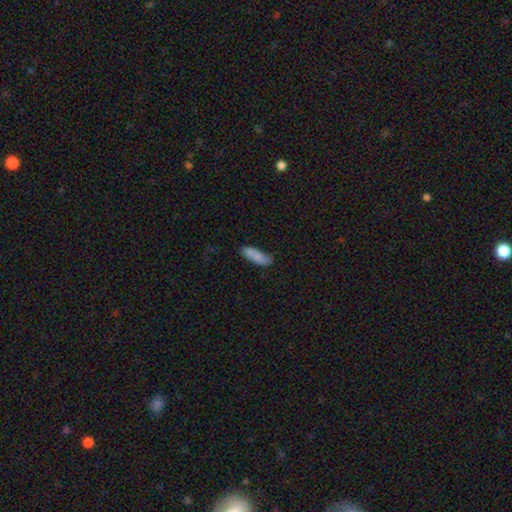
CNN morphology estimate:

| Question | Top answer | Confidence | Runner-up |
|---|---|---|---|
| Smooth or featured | smooth | 82% | featured or disk (12%) |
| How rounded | in between | 61% | cigar-shaped (38%) |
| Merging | none | 70% | minor disturbance (23%) |